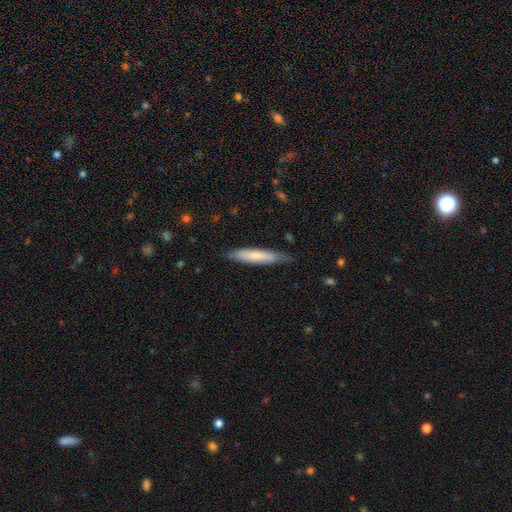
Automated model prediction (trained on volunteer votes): A smooth galaxy with no disk features (71%) that is cigar-shaped (88%).

Vote fractions:
- Smooth or featured? smooth: 71% / featured or disk: 24% / star or artifact: 6%
- How rounded? cigar-shaped: 88% / in between: 11% / round: 1%
- Merging? none: 77% / minor disturbance: 19% / major disturbance: 3% / merger: 1%